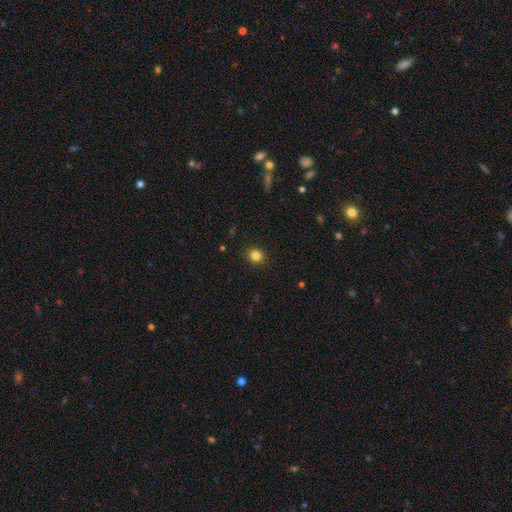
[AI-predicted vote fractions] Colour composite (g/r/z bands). It shows a smooth galaxy with no disk features (83%) that is round (80%). Merging: none (91%).